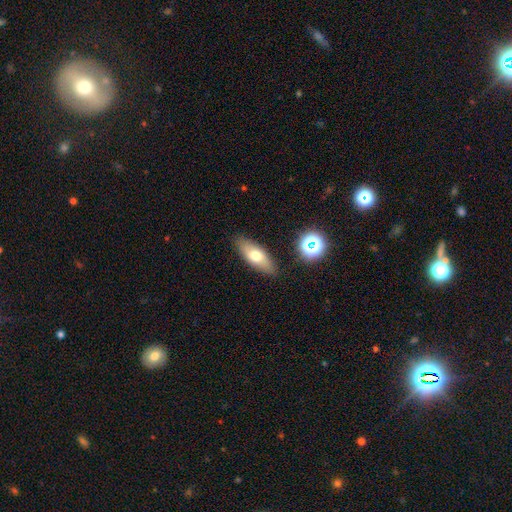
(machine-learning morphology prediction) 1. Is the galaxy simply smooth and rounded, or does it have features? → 65% smooth, 26% featured or disk, 9% star or artifact.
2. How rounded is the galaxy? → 73% in between, 24% cigar-shaped, 4% round.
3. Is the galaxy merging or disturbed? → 86% none, 10% minor disturbance, 2% major disturbance, 2% merger.